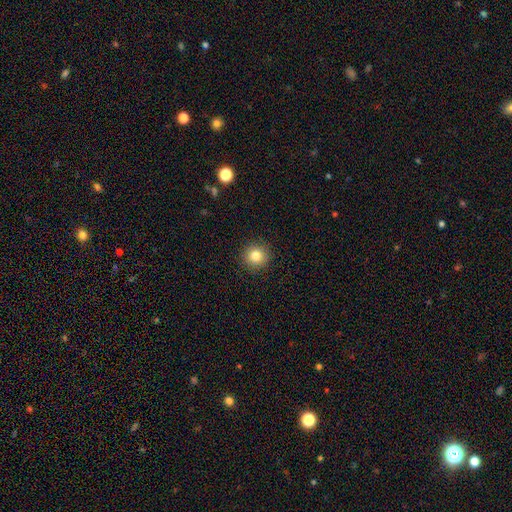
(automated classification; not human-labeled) Smooth or featured?
  - smooth: 83% *
  - star or artifact: 11%
  - featured or disk: 7%
How rounded?
  - round: 94% *
  - in between: 5%
  - cigar-shaped: 1%
Merging?
  - none: 92% *
  - minor disturbance: 5%
  - major disturbance: 2%
  - merger: 1%